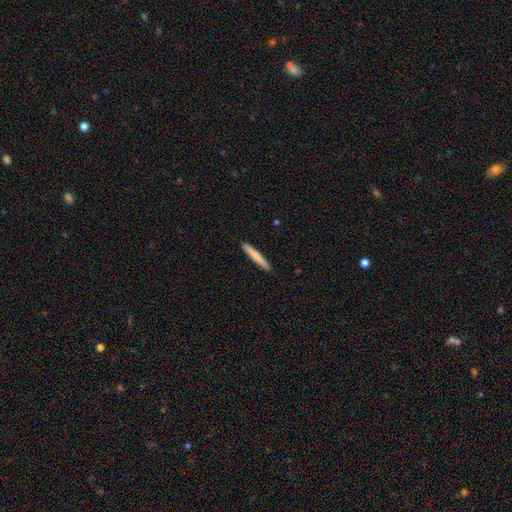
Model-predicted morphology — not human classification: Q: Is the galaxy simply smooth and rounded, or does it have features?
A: smooth — 76%.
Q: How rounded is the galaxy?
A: cigar-shaped — 96%.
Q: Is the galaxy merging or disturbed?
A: none — 92%.